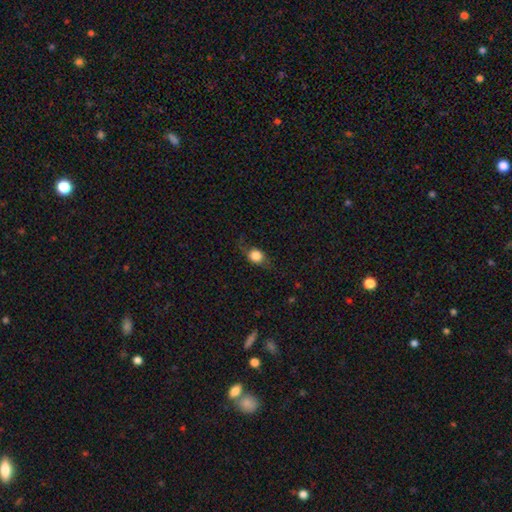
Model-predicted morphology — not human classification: This is likely a smooth galaxy (73%). How rounded: likely round (63%). Merging: likely none (64%).